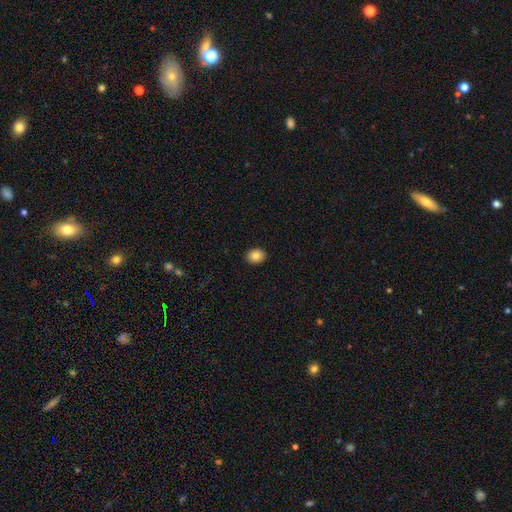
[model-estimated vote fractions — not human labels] Smooth or featured? Predicted: smooth (p=0.84). How rounded? Predicted: in between (p=0.55). Merging? Predicted: none (p=0.91).